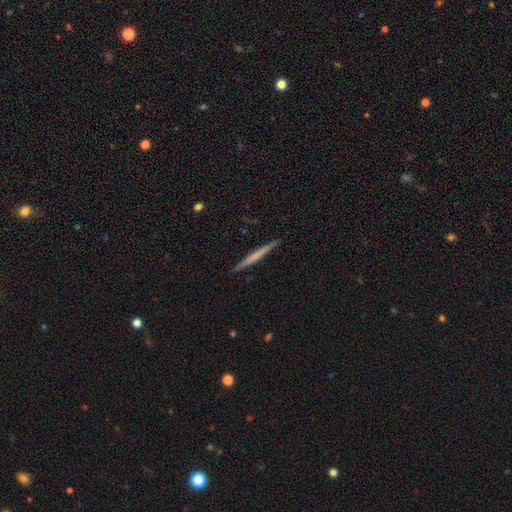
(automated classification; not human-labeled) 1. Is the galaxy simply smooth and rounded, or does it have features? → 50% smooth, 45% featured or disk, 5% star or artifact.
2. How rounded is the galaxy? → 97% cigar-shaped, 2% in between, 1% round.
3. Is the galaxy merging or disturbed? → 92% none, 6% minor disturbance, 1% major disturbance, 1% merger.